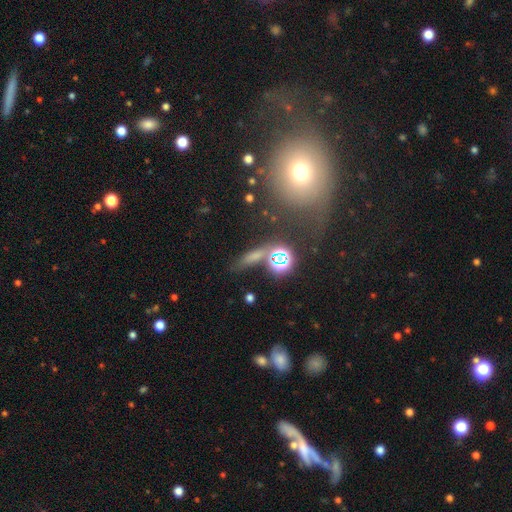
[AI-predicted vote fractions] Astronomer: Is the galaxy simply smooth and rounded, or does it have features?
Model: smooth — 52% (runner-up: star or artifact, 34%).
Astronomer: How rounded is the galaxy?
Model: cigar-shaped — 56%.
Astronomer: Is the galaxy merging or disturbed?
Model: none — 66%.